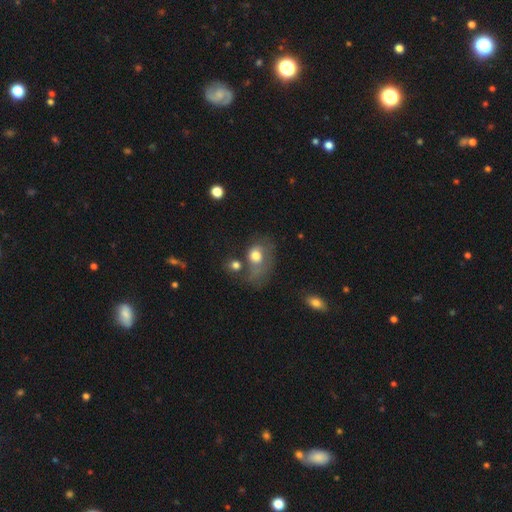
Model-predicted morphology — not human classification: Overall: smooth (65%). How rounded: in between (54%; round 45%). Merging: major disturbance (36%; none 23%).